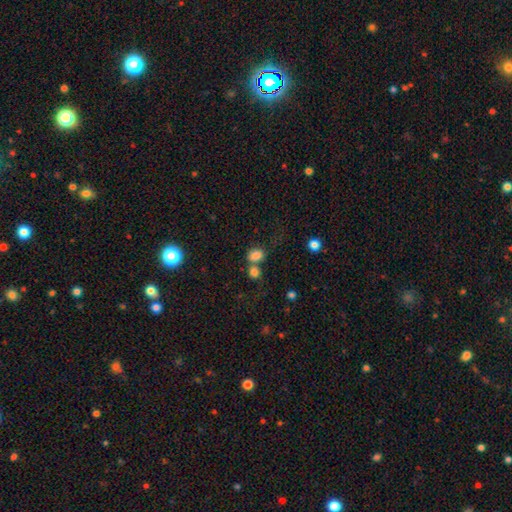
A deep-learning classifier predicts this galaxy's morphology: Smooth or featured? smooth (81%)
How rounded? in between (55%)
Merging? none (43%)